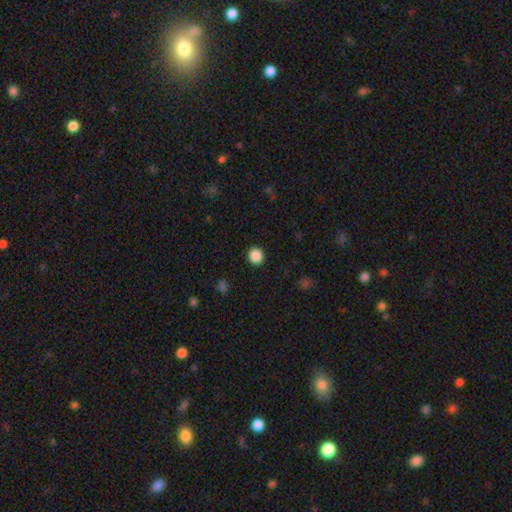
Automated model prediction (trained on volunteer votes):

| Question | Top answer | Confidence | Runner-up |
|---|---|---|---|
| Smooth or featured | smooth | 87% | star or artifact (10%) |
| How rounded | round | 86% | in between (14%) |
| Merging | none | 92% | minor disturbance (5%) |